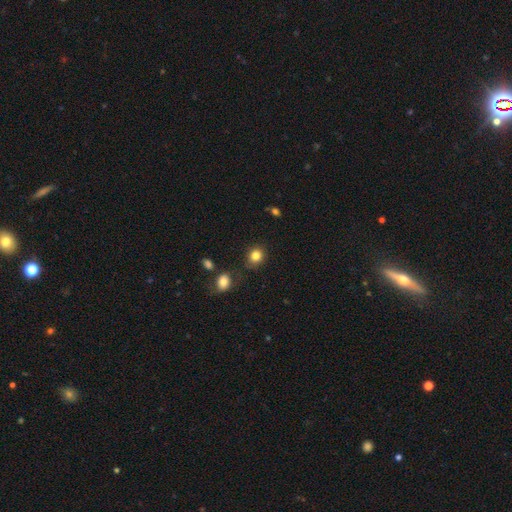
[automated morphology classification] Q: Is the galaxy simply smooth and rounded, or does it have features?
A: smooth — 83%.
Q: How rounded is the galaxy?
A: round — 77%.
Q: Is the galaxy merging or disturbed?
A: none — 80%.